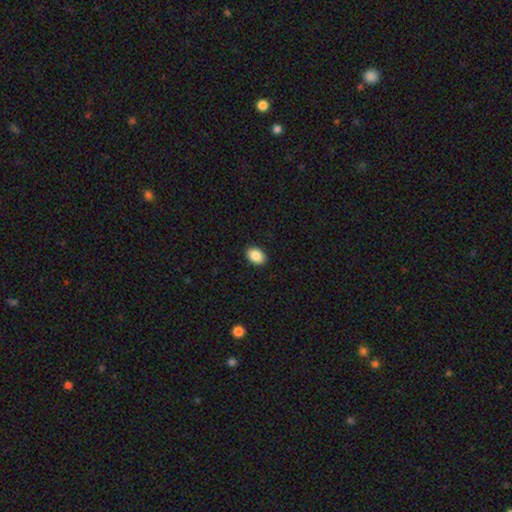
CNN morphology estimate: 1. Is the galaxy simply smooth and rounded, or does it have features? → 87% smooth, 8% star or artifact, 5% featured or disk.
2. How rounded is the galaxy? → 82% in between, 17% round, 1% cigar-shaped.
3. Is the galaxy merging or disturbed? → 91% none, 6% minor disturbance, 2% major disturbance, 1% merger.